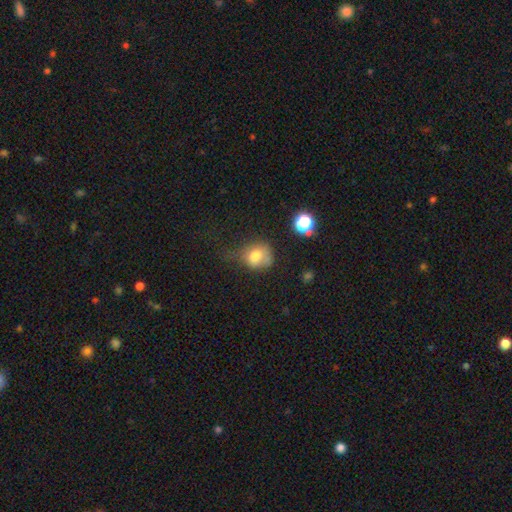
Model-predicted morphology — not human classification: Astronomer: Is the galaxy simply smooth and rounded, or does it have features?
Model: smooth — 74%.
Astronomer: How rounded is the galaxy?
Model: round — 70%.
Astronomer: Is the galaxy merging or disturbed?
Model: none — 36% (runner-up: minor disturbance, 33%).